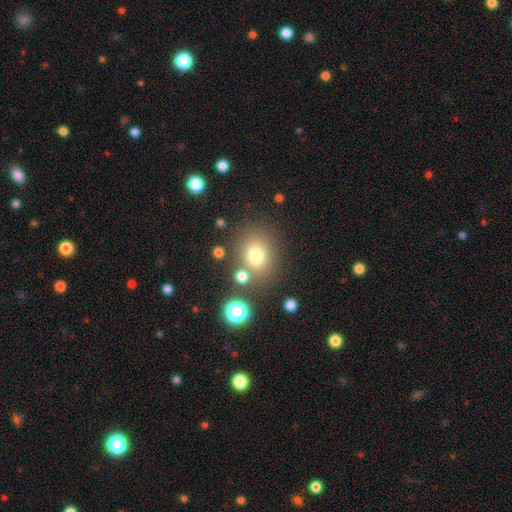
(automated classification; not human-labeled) This appears to be a smooth galaxy with no disk features (74%) that is round (64%). Merging: none (73%).